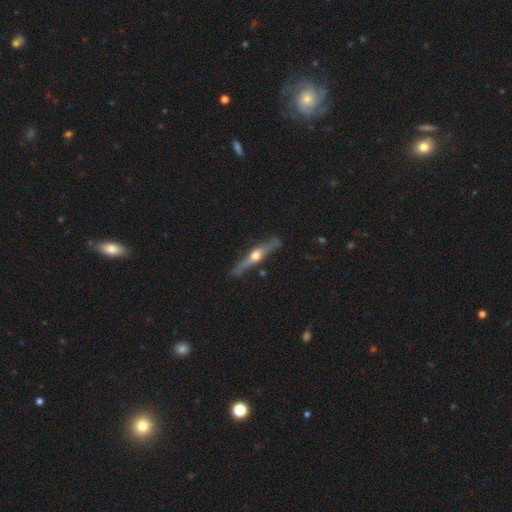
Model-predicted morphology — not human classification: featured or disk 74%, smooth 20%, star or artifact 5%. Down the decision tree: edge-on disk — yes (96%); edge-on bulge — rounded (95%); merging — none (80%).